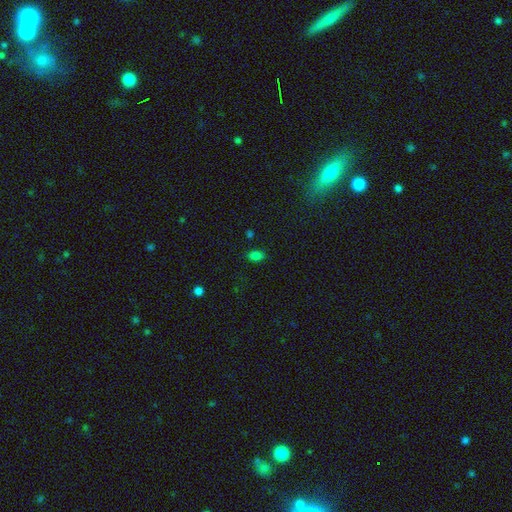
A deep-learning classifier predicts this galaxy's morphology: Smooth or featured?
  - smooth: 78% *
  - star or artifact: 17%
  - featured or disk: 5%
How rounded?
  - in between: 81% *
  - round: 17%
  - cigar-shaped: 2%
Merging?
  - none: 81% *
  - minor disturbance: 14%
  - major disturbance: 3%
  - merger: 2%